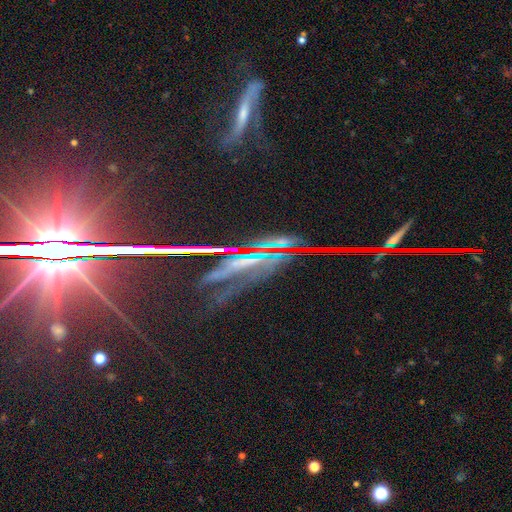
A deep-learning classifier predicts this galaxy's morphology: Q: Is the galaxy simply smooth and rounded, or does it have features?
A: star or artifact — 59%.